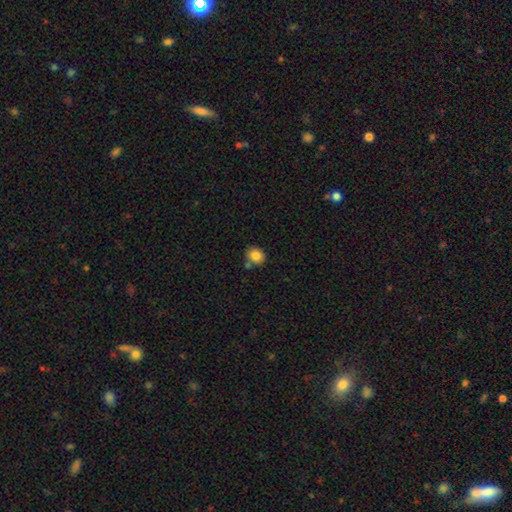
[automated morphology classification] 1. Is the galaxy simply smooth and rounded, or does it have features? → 84% smooth, 10% star or artifact, 7% featured or disk.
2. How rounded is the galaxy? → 74% round, 25% in between, 1% cigar-shaped.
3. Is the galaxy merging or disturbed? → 72% none, 13% merger, 12% minor disturbance, 3% major disturbance.